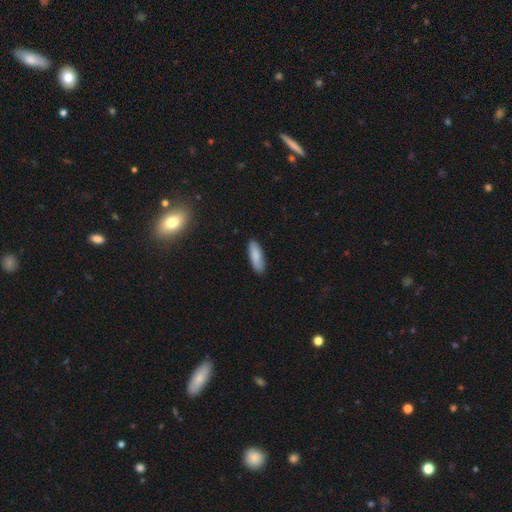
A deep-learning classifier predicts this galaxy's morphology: Smooth or featured? smooth (85%)
How rounded? in between (58%)
Merging? none (87%)